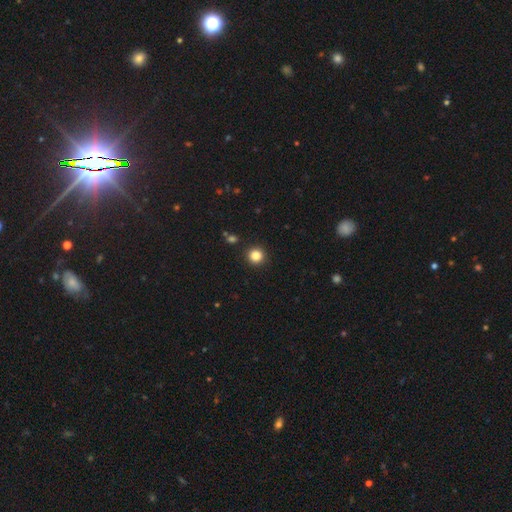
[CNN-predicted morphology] Overall: smooth (84%). How rounded: round (95%). Merging: none (92%).